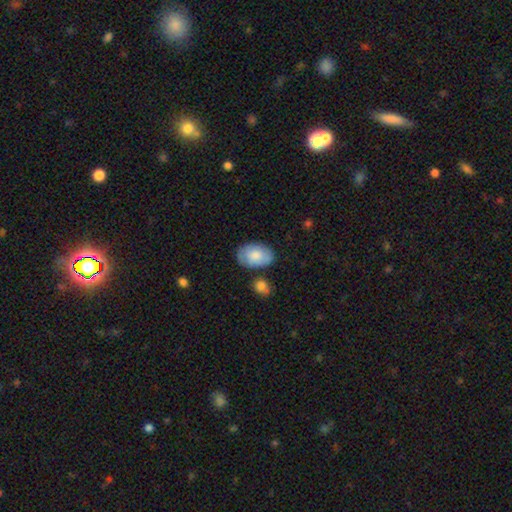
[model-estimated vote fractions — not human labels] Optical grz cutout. It shows a smooth galaxy with no disk features (72%) that is in between round and cigar-shaped (89%). Merging: none (69%).